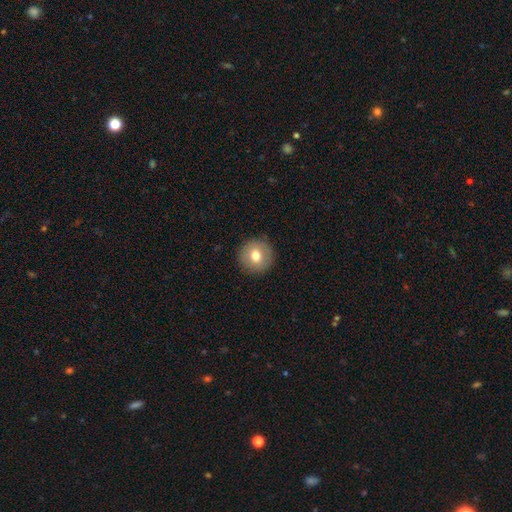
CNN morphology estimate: A smooth galaxy with no disk features (74%) that is round (95%).

Vote fractions:
- Smooth or featured? smooth: 74% / featured or disk: 17% / star or artifact: 9%
- How rounded? round: 95% / in between: 4% / cigar-shaped: 1%
- Merging? none: 91% / minor disturbance: 6% / major disturbance: 2% / merger: 1%